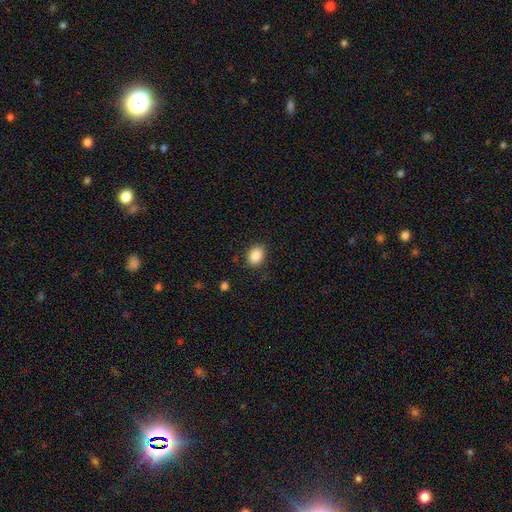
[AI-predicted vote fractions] smooth-or-featured: smooth: 88% | star or artifact: 9% | featured or disk: 4%
  how-rounded: in between: 66% | round: 33% | cigar-shaped: 1%
  merging: none: 85% | minor disturbance: 11% | major disturbance: 3% | merger: 1%